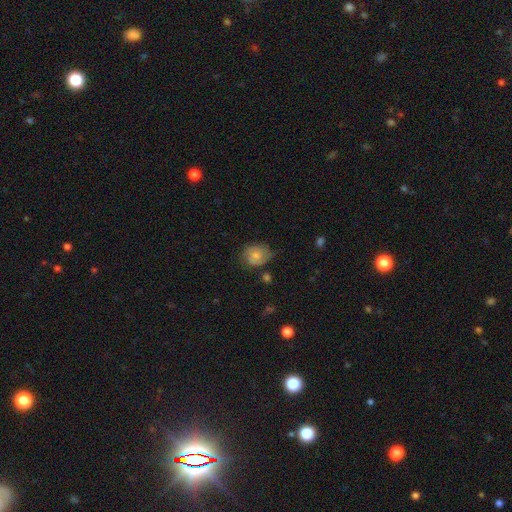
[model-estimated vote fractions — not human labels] smooth_or_featured: smooth (p=0.67) [alt: featured or disk p=0.25]
how_rounded: round (p=0.65) [alt: in between p=0.34]
merging: none (p=0.57) [alt: minor disturbance p=0.31]